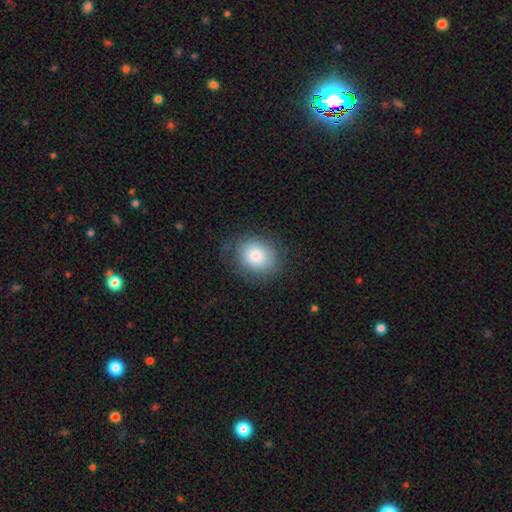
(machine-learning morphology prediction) type=smooth (76%); roundness=round (61%); merging=none (73%).